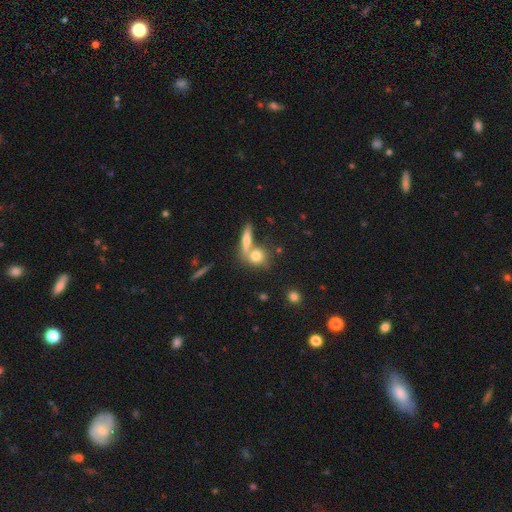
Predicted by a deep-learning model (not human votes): A smooth galaxy with no disk features (73%) that is round (66%).

Vote fractions:
- Smooth or featured? smooth: 73% / featured or disk: 17% / star or artifact: 10%
- How rounded? round: 66% / in between: 24% / cigar-shaped: 10%
- Merging? none: 52% / merger: 36% / minor disturbance: 9% / major disturbance: 4%